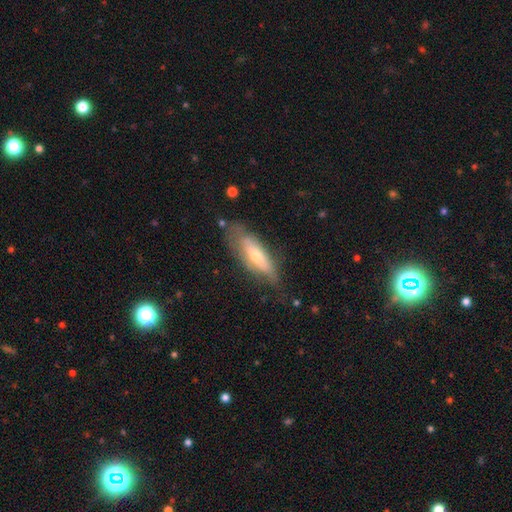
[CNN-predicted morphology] smooth_or_featured: smooth (p=0.47) [alt: featured or disk p=0.46]
merging: none (p=0.62) [alt: minor disturbance p=0.26]